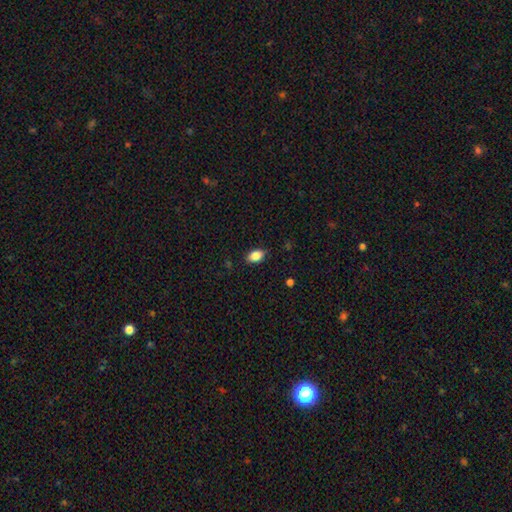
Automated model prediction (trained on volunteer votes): The model was most divided on "merging": none: 85%, minor disturbance: 11%, major disturbance: 2%, merger: 1%. More confident: how rounded — in between (89%); smooth or featured — smooth (86%).